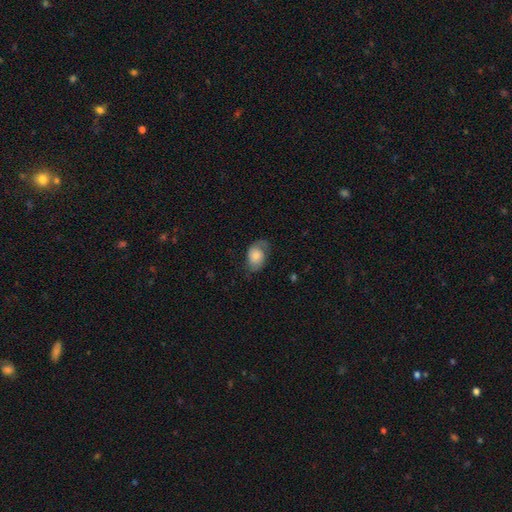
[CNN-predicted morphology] This appears to be a smooth galaxy with no disk features (65%) that is in between round and cigar-shaped (78%). Merging: none (52%).